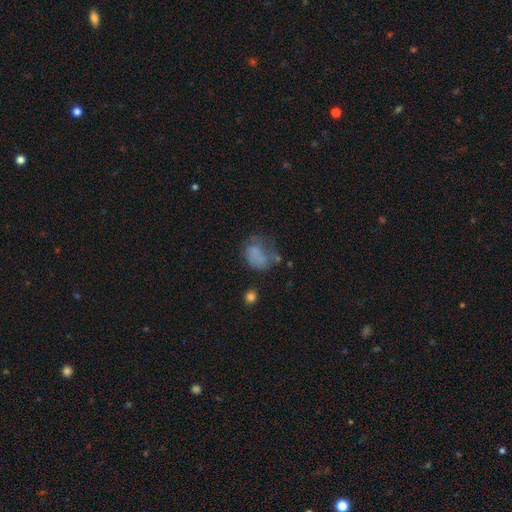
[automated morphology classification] This appears to be a smooth galaxy with no disk features (59%) that is in between round and cigar-shaped (63%). Merging: none (34%).